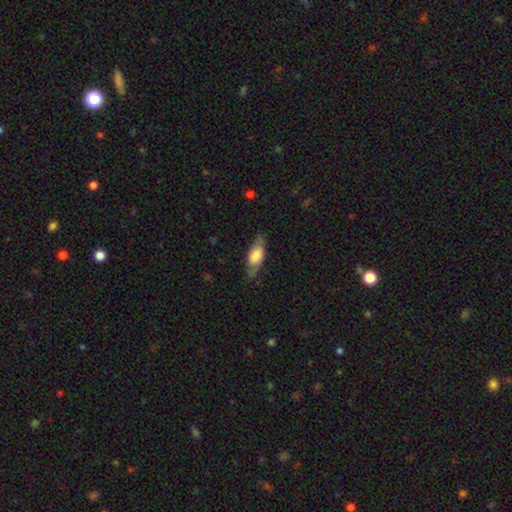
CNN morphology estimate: Smooth or featured?
  - smooth: 60% *
  - featured or disk: 34%
  - star or artifact: 6%
How rounded?
  - in between: 74% *
  - cigar-shaped: 22%
  - round: 3%
Merging?
  - none: 74% *
  - minor disturbance: 19%
  - major disturbance: 6%
  - merger: 1%